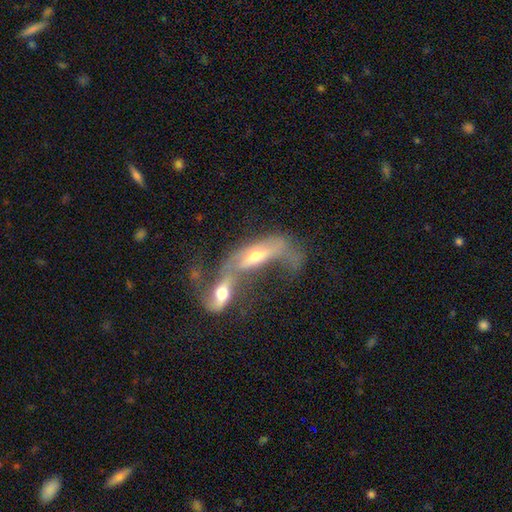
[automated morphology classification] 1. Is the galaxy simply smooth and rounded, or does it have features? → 61% featured or disk, 30% smooth, 9% star or artifact.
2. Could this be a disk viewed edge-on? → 75% no, 25% yes.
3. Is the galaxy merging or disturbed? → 78% merger, 11% major disturbance, 6% none, 4% minor disturbance.